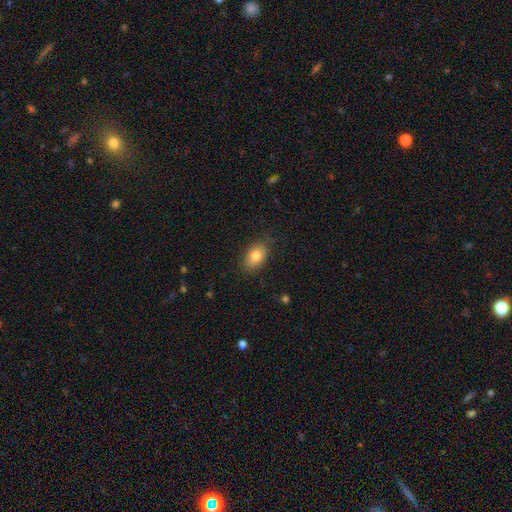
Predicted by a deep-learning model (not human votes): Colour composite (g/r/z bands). It shows a smooth galaxy with no disk features (81%) that is in between round and cigar-shaped (84%). Merging: none (80%).